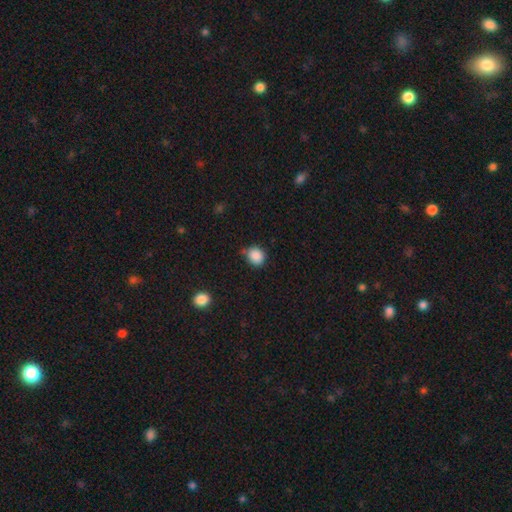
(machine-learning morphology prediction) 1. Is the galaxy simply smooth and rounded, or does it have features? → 87% smooth, 10% star or artifact, 4% featured or disk.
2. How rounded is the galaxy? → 74% round, 25% in between, 1% cigar-shaped.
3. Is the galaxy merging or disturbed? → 65% none, 26% minor disturbance, 5% major disturbance, 4% merger.